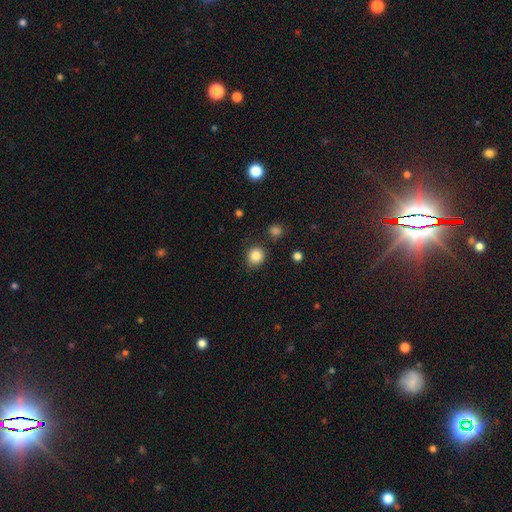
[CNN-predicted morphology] This is clearly a smooth galaxy (85%). How rounded: clearly round (85%). Merging: clearly none (82%).